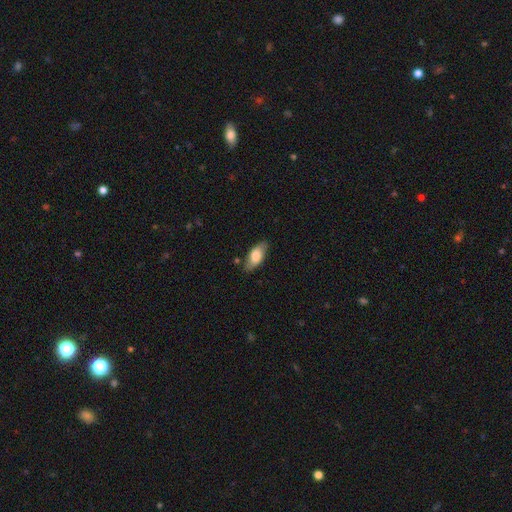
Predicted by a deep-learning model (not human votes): This is likely a smooth galaxy (73%). How rounded: clearly in between (85%). Merging: likely none (79%).